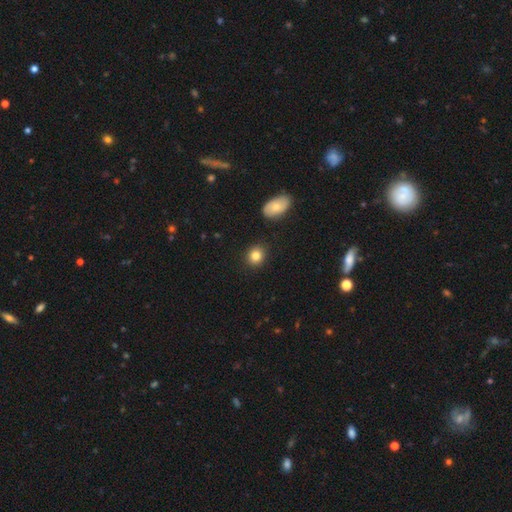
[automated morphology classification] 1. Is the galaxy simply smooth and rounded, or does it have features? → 84% smooth, 9% star or artifact, 7% featured or disk.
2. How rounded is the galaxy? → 77% round, 22% in between, 1% cigar-shaped.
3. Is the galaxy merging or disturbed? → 88% none, 7% minor disturbance, 2% merger, 2% major disturbance.